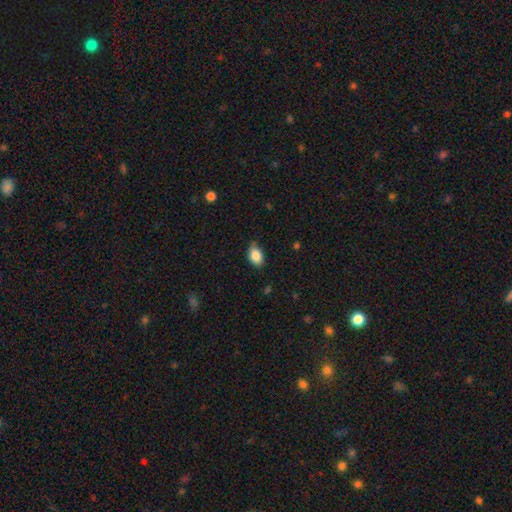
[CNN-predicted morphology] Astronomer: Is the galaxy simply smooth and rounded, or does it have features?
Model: smooth — 86%.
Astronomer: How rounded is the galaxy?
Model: in between — 86%.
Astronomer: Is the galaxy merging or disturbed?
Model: none — 69%.